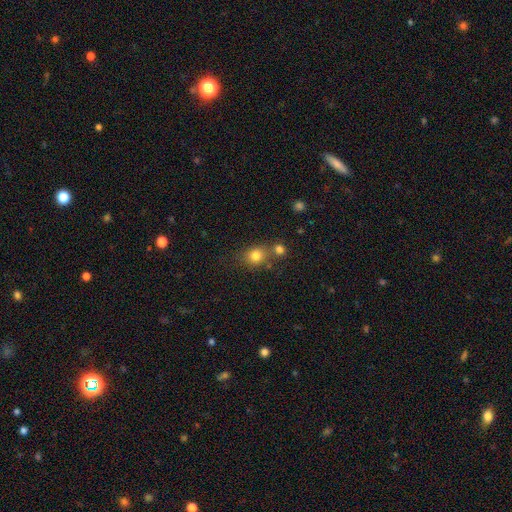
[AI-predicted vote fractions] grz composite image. It shows a smooth galaxy with no disk features (79%) that is round (72%). Merging: none (61%).